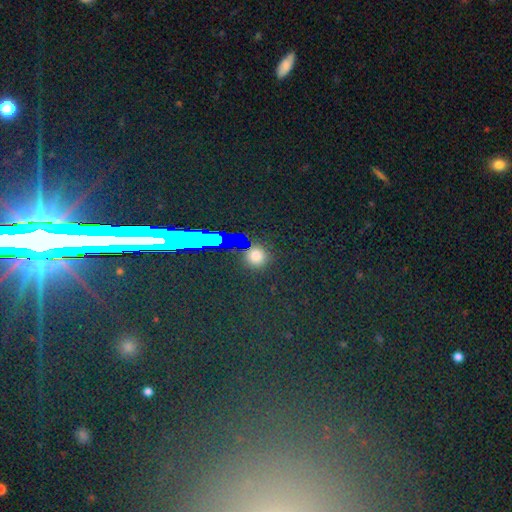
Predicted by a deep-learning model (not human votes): Smooth or featured?
  - smooth: 61% *
  - star or artifact: 33%
  - featured or disk: 6%
How rounded?
  - round: 86% *
  - in between: 11%
  - cigar-shaped: 3%
Merging?
  - none: 84% *
  - minor disturbance: 8%
  - major disturbance: 4%
  - merger: 4%